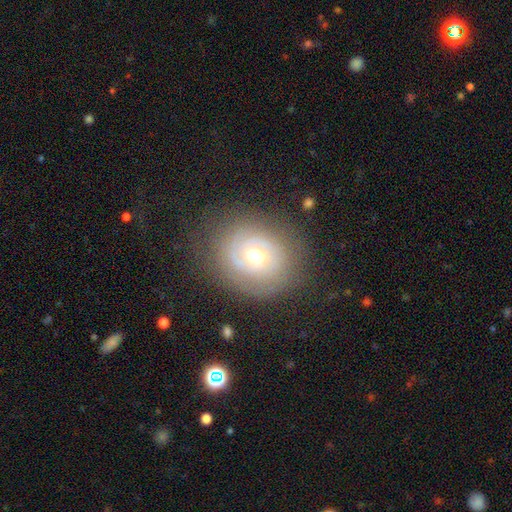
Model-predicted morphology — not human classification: Overall: featured or disk (66%). Edge-on disk: no (96%). Bar: no (65%; weak 28%). Spiral arms: yes (72%). Bulge size: moderate (72%). Merging: none (75%).